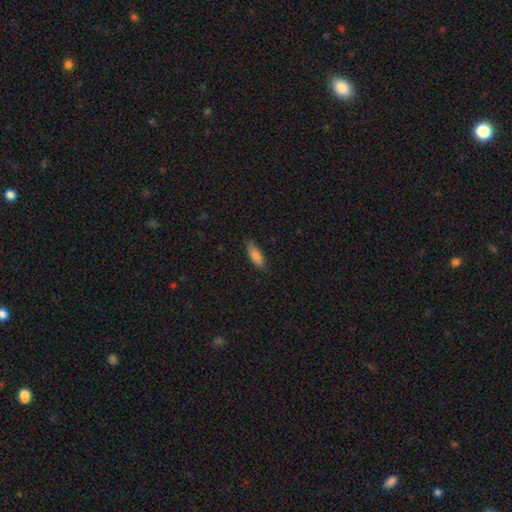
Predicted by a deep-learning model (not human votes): The model was most divided on "how rounded": in between: 69%, cigar-shaped: 29%, round: 2%. More confident: smooth or featured — smooth (82%); merging — none (77%).